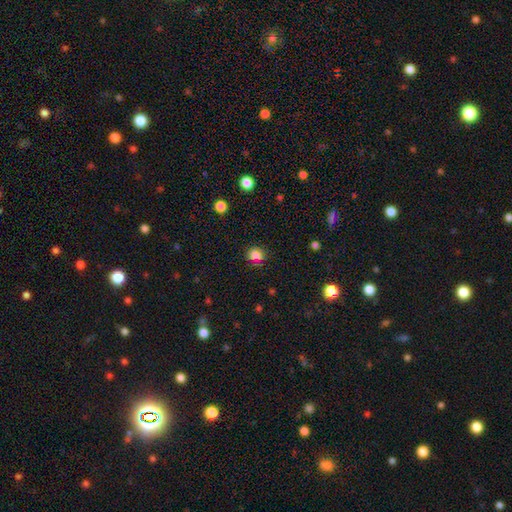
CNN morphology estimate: type=smooth (78%); roundness=round (75%); merging=none (78%).